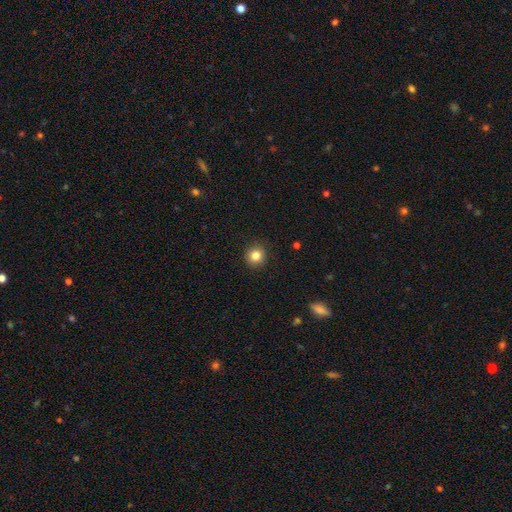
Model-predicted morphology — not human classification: Smooth or featured?
  - smooth: 84% *
  - star or artifact: 11%
  - featured or disk: 5%
How rounded?
  - round: 92% *
  - in between: 7%
  - cigar-shaped: 1%
Merging?
  - none: 91% *
  - minor disturbance: 6%
  - major disturbance: 2%
  - merger: 1%